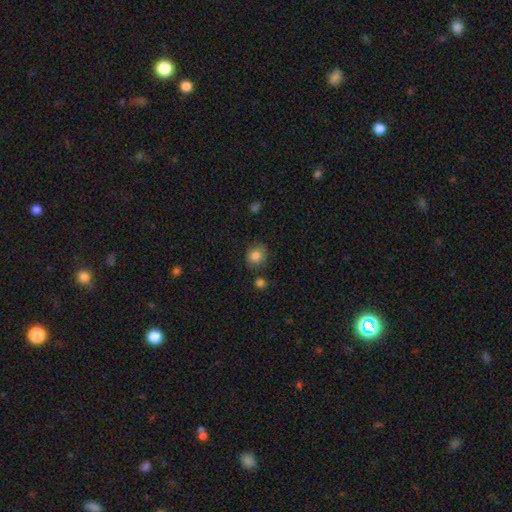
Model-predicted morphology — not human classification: This appears to be a smooth galaxy with no disk features (83%) that is round (77%). Merging: none (72%).